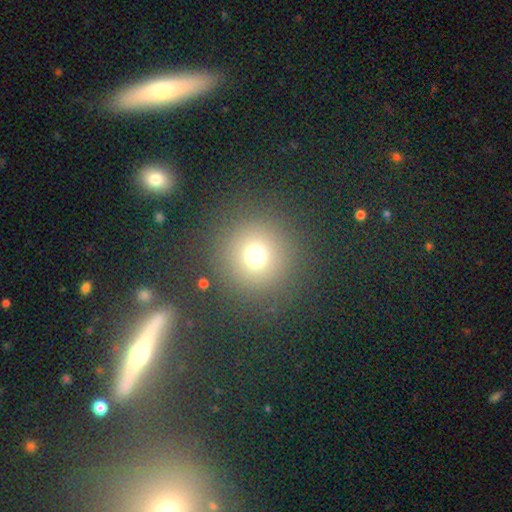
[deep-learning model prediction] The model was most divided on "smooth or featured": smooth: 69%, star or artifact: 22%, featured or disk: 8%. More confident: how rounded — round (95%); merging — none (86%).